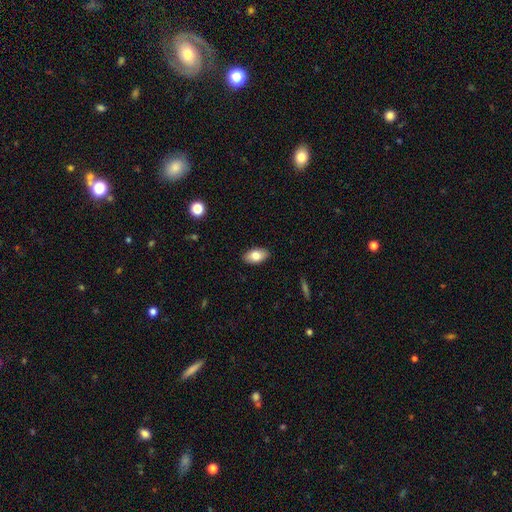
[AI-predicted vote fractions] Smooth or featured?
  - smooth: 81% *
  - featured or disk: 12%
  - star or artifact: 7%
How rounded?
  - in between: 94% *
  - round: 4%
  - cigar-shaped: 2%
Merging?
  - none: 89% *
  - minor disturbance: 8%
  - major disturbance: 2%
  - merger: 1%